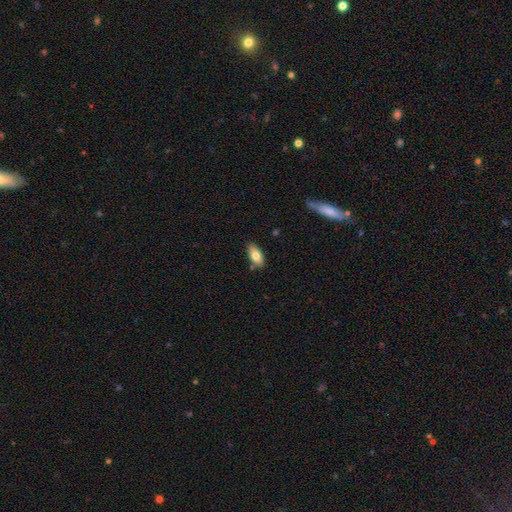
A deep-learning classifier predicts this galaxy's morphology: smooth 76%, featured or disk 17%, star or artifact 7%. Down the decision tree: how rounded — in between (87%); merging — none (82%).